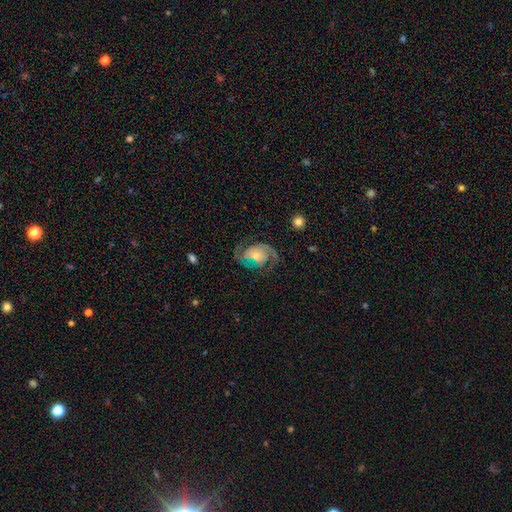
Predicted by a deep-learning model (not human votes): Smooth or featured: featured or disk — 89% (smooth — 6%)
Edge-on disk: no — 98% (yes — 2%)
Bar: no — 61% (weak — 31%)
Spiral arms: yes — 98% (no — 2%)
Spiral winding: medium — 56% (tight — 26%)
Spiral arm count: 2 — 92% (can't tell — 2%)
Bulge size: moderate — 43% (tied with small — 43%)
Merging: none — 76% (minor disturbance — 14%)